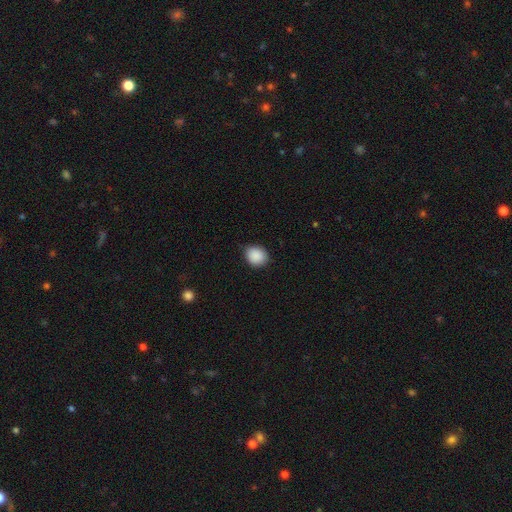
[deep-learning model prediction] This appears to be a smooth galaxy with no disk features (89%) that is round (69%). Merging: none (81%).